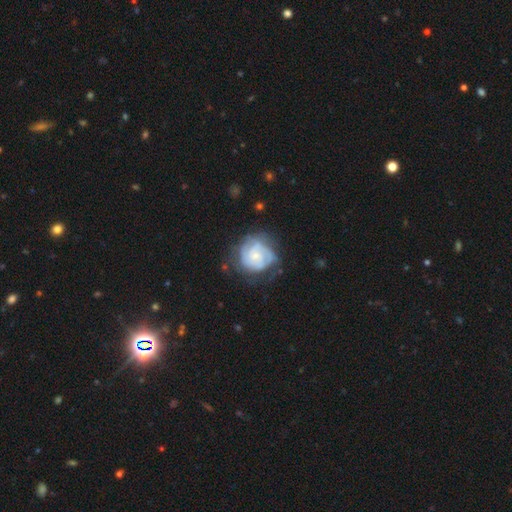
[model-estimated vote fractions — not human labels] The model was most divided on "spiral arm count": can't tell: 33%, 2: 28%, 3: 23%, 4: 6%, 1: 5%, more than 4: 4%. More confident: edge-on disk — no (98%); spiral arms — yes (90%); smooth or featured — featured or disk (75%); bar — no (71%); bulge size — small (67%); spiral winding — tight (63%); merging — none (58%).